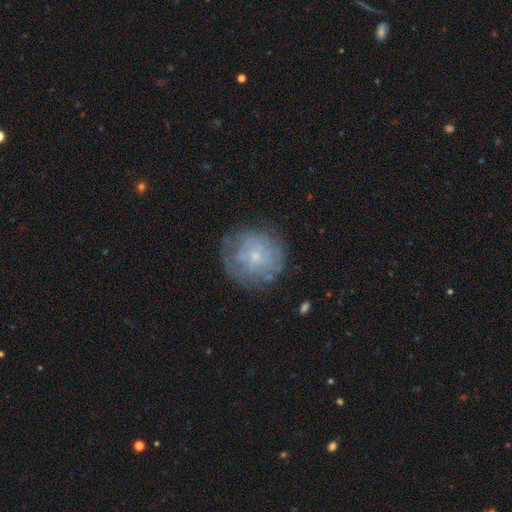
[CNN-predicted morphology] Overall: featured or disk (51%; smooth 40%). Edge-on disk: no (97%). Merging: none (69%).